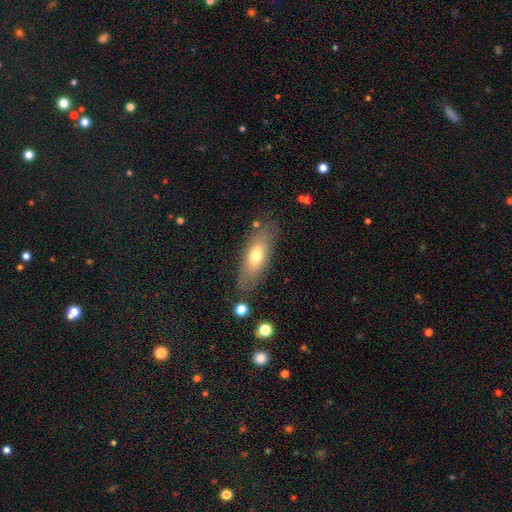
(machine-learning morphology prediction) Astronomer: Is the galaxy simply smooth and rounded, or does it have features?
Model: smooth — 64%.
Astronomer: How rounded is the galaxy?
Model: in between — 69%.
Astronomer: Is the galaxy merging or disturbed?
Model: none — 80%.